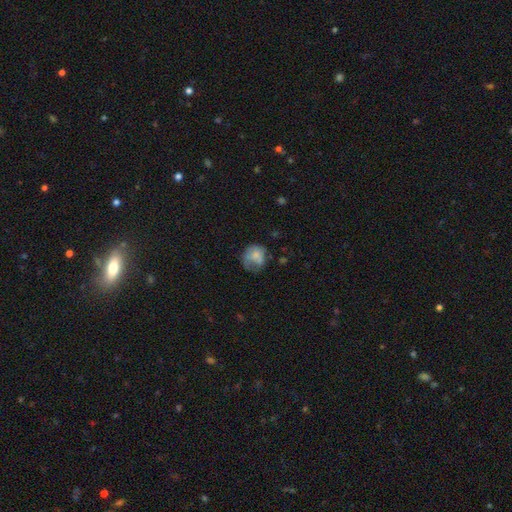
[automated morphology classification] A smooth galaxy with no disk features (62%) that is round (66%).

Vote fractions:
- Smooth or featured? smooth: 62% / featured or disk: 28% / star or artifact: 10%
- How rounded? round: 66% / in between: 33% / cigar-shaped: 1%
- Merging? none: 36% / major disturbance: 32% / minor disturbance: 29% / merger: 3%